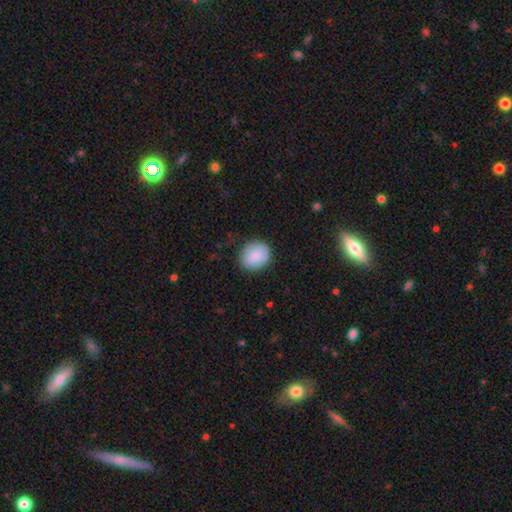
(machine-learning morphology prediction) smooth-or-featured: smooth: 85% | featured or disk: 8% | star or artifact: 7%
  how-rounded: round: 74% | in between: 25% | cigar-shaped: 1%
  merging: none: 85% | minor disturbance: 11% | major disturbance: 3% | merger: 1%